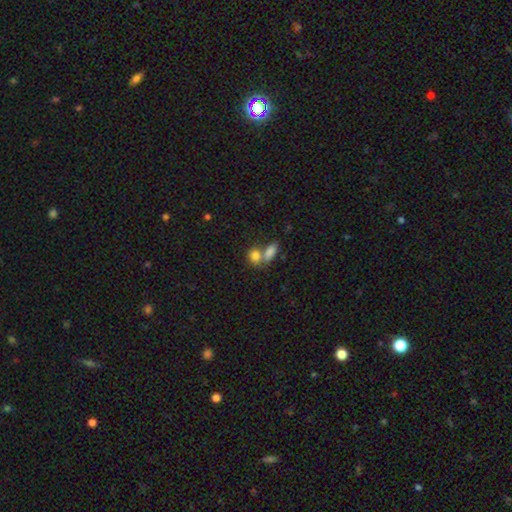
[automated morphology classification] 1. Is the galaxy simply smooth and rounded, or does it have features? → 83% smooth, 9% star or artifact, 9% featured or disk.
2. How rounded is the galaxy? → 57% in between, 40% round, 4% cigar-shaped.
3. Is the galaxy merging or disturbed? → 53% merger, 35% none, 8% minor disturbance, 4% major disturbance.